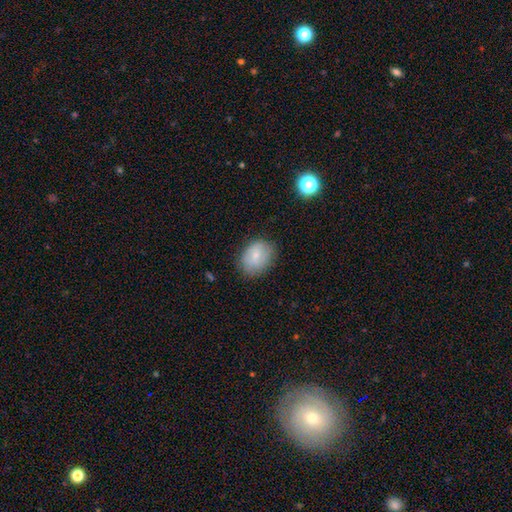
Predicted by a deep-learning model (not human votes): This appears to be a smooth galaxy with no disk features (74%) that is in between round and cigar-shaped (69%). Merging: none (78%).